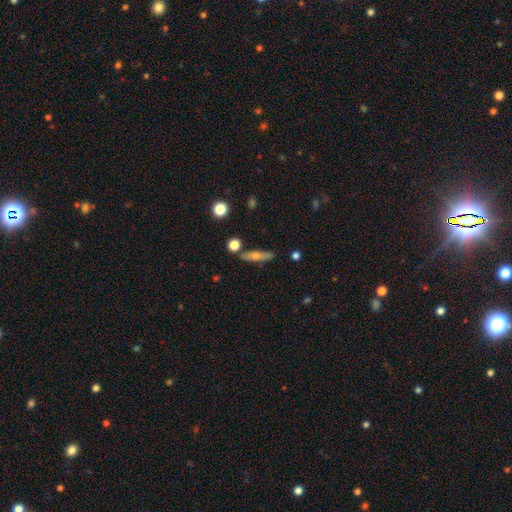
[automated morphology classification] The model was most divided on "smooth or featured": smooth: 49%, featured or disk: 43%, star or artifact: 8%. More confident: merging — none (80%).